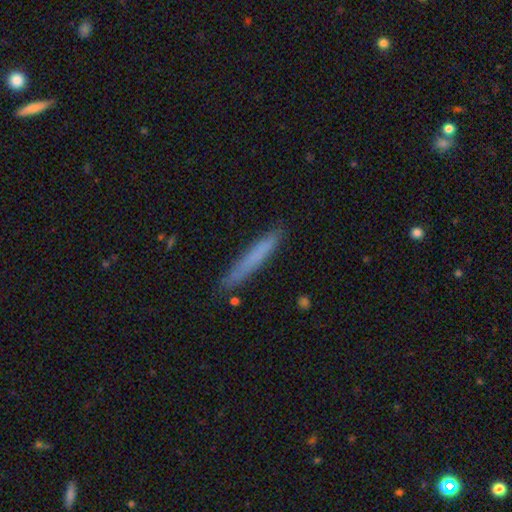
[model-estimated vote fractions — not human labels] Morphology: type=smooth (70%); roundness=cigar-shaped (96%); merging=none (86%).